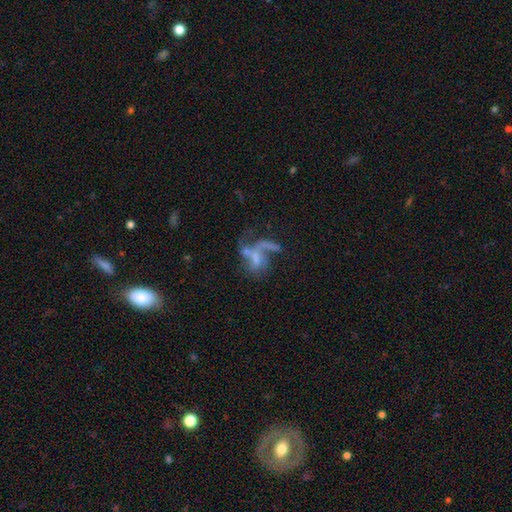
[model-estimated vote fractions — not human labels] This is likely a featured or disk galaxy (61%). It is clearly not viewed edge-on (97%). Bar: likely no (65%). Spiral arm pattern: possibly no (58%). Central bulge: possibly none (52%). Merging: marginally major disturbance (38%).